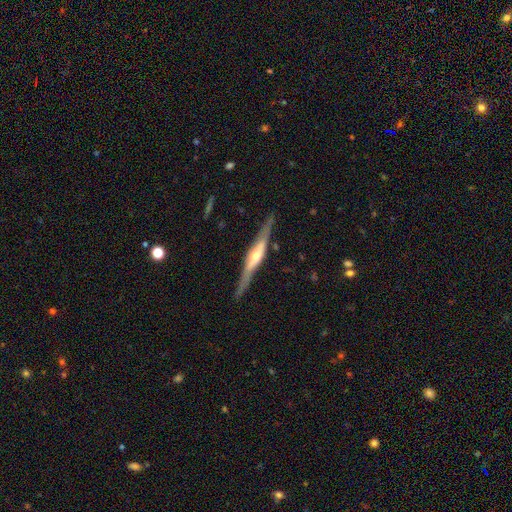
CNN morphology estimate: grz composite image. It shows a featured or disk galaxy (78%) viewed edge-on (95%) with a rounded central bulge (83%). Merging: none (85%).